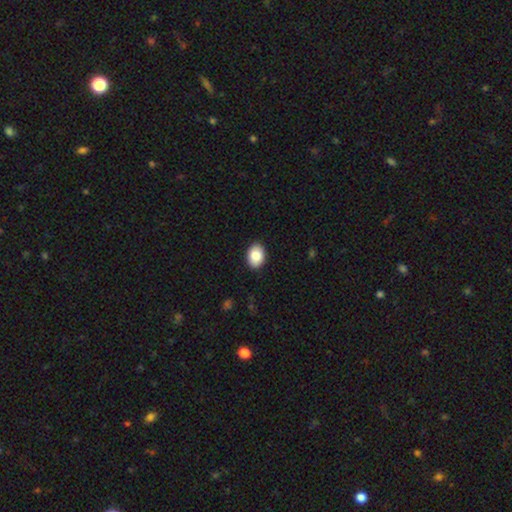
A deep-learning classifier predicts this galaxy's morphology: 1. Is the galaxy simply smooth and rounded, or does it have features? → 87% smooth, 7% star or artifact, 6% featured or disk.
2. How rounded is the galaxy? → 77% in between, 22% round, 1% cigar-shaped.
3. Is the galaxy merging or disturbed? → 90% none, 8% minor disturbance, 2% major disturbance, 1% merger.